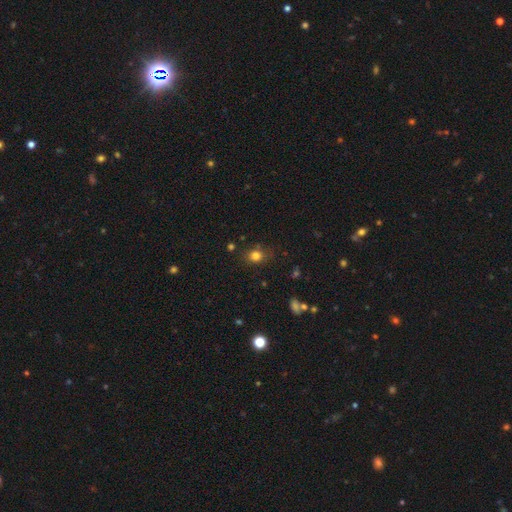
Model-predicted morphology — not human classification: A smooth galaxy with no disk features (80%) that is round (61%). Merging: none (75%).